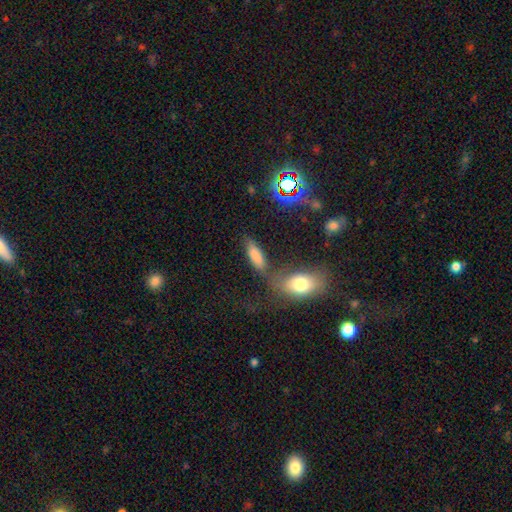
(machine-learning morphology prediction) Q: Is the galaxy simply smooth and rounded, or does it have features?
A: smooth — 77%.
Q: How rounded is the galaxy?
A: in between — 62%.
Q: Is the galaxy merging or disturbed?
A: none — 52%.